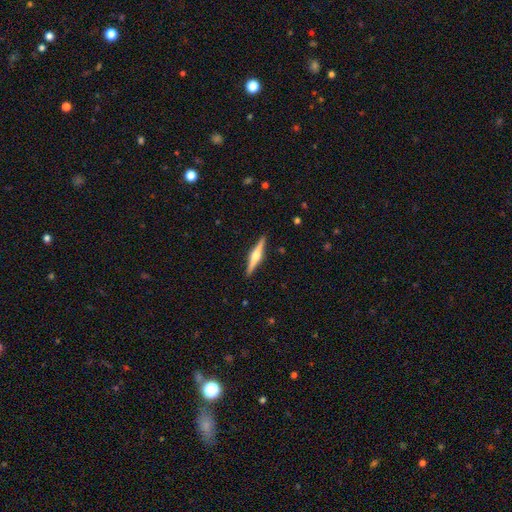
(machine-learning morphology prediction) Overall: featured or disk (70%). Edge-on disk: yes (98%). Edge-on bulge: rounded (89%). Merging: none (91%).